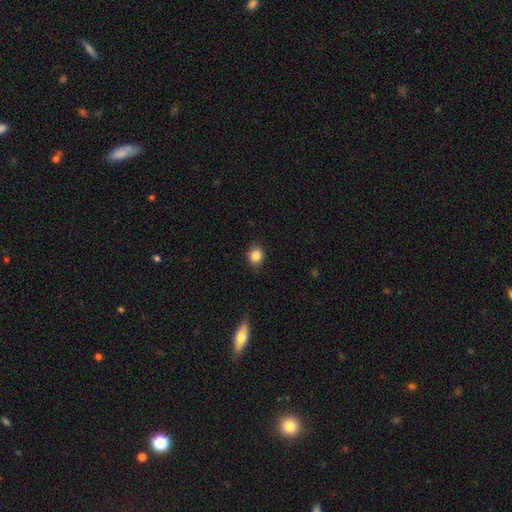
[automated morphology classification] Q: Smooth or featured?
A: smooth (86%); runner-up: star or artifact (10%)
Q: How rounded?
A: round (70%); runner-up: in between (29%)
Q: Merging?
A: none (87%); runner-up: minor disturbance (9%)